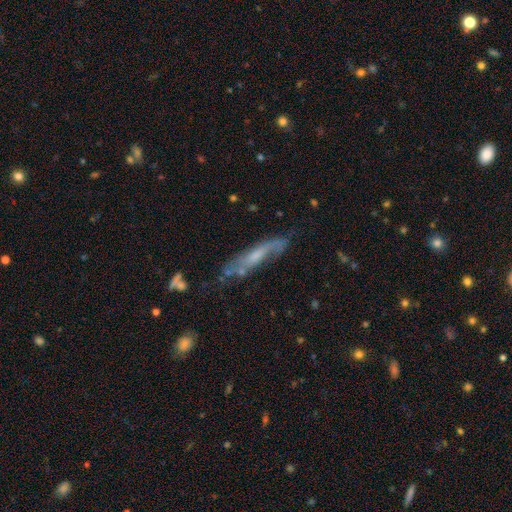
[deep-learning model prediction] Morphology: type=featured or disk (59%); edge-on=yes (53%); merging=none (55%).